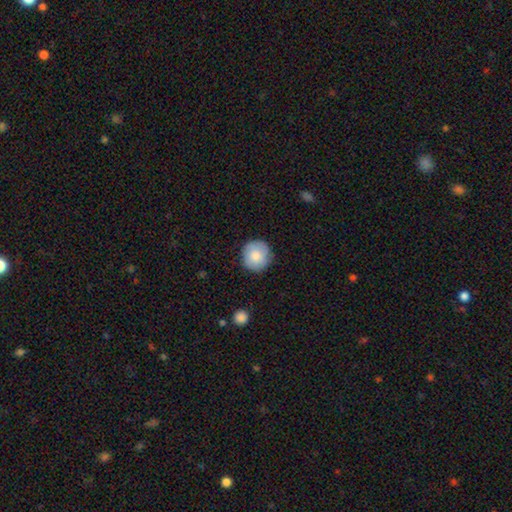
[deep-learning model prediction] Smooth or featured? smooth (80%)
How rounded? round (94%)
Merging? none (86%)